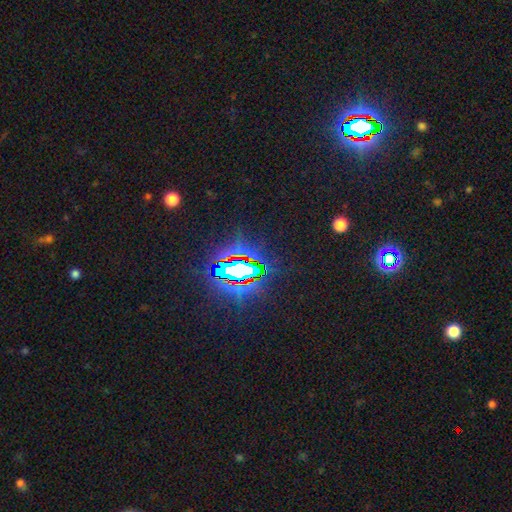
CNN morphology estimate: type=star or artifact (82%).